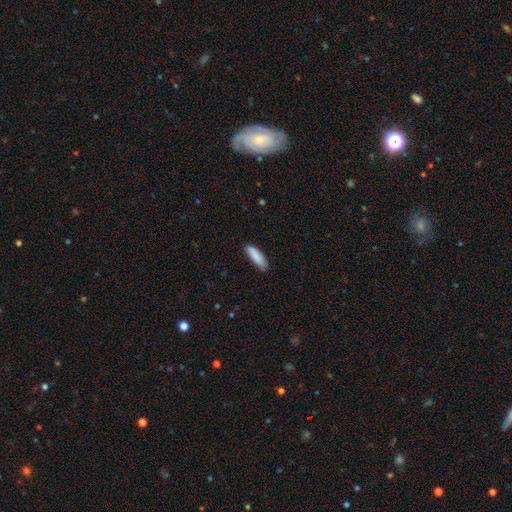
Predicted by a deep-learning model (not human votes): smooth_or_featured: smooth (p=0.88) [alt: star or artifact p=0.06]
how_rounded: cigar-shaped (p=0.54) [alt: in between p=0.44]
merging: none (p=0.78) [alt: minor disturbance p=0.18]